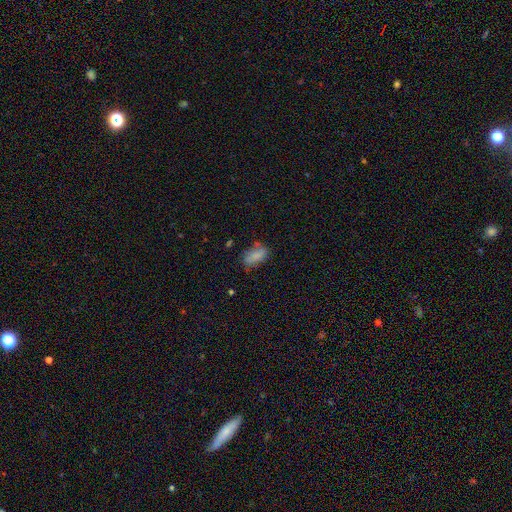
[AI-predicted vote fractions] Smooth or featured? Predicted: smooth (p=0.79). How rounded? Predicted: in between (p=0.88). Merging? Predicted: none (p=0.60).